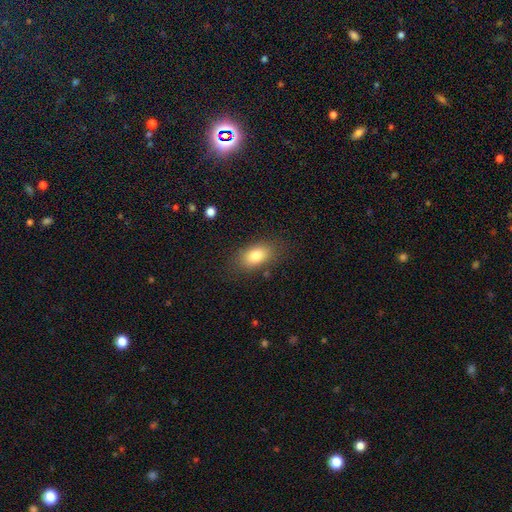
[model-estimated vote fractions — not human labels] Morphology: type=smooth (81%); roundness=in between (87%); merging=none (82%).